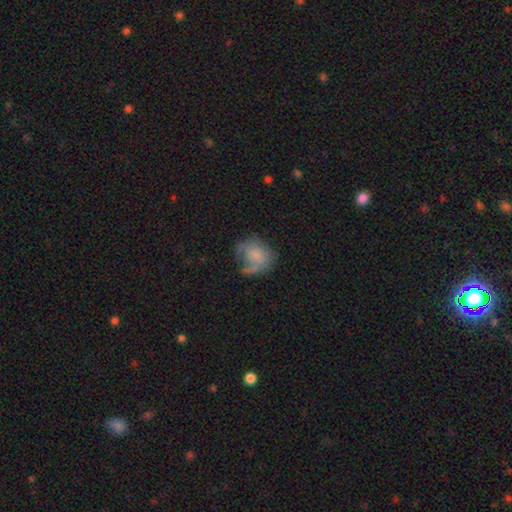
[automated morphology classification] Smooth or featured? Predicted: smooth (p=0.60). How rounded? Predicted: round (p=0.58). Merging? Predicted: none (p=0.38).